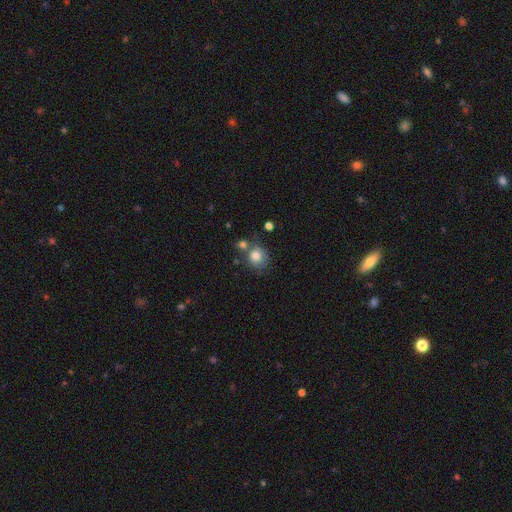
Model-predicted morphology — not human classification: Smooth or featured? smooth (81%)
How rounded? round (74%)
Merging? none (54%)